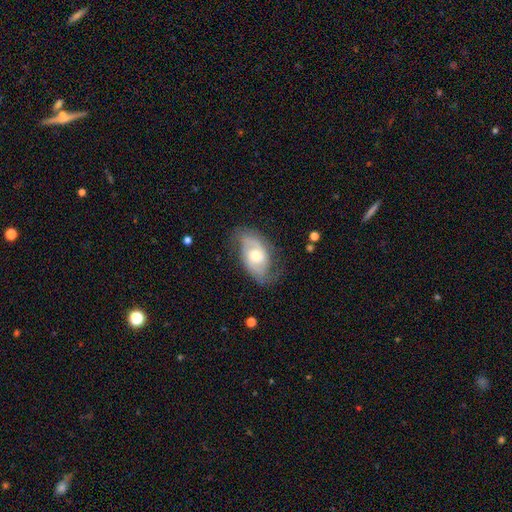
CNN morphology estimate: smooth-or-featured: featured or disk: 75% | smooth: 19% | star or artifact: 6%
  disk-edge-on: no: 95% | yes: 5%
    bar: no: 63% | weak: 30% | strong: 6%
    has-spiral-arms: yes: 89% | no: 11%
      spiral-winding: medium: 44% | tight: 33% | loose: 22%
      spiral-arm-count: 2: 79% | can't tell: 12% | 1: 4% | 3: 2% | 4: 1% | more than 4: 1%
    bulge-size: moderate: 66% | small: 25% | large: 7% | none: 1% | dominant: 1%
  merging: none: 69% | minor disturbance: 21% | major disturbance: 9% | merger: 1%